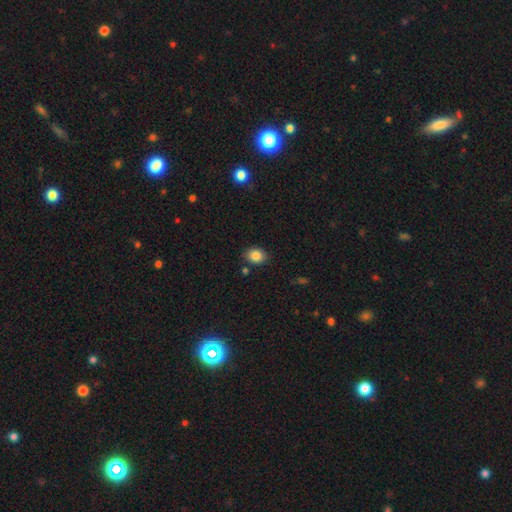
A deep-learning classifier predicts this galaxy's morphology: Overall: smooth (85%). How rounded: in between (58%; round 41%). Merging: none (82%).